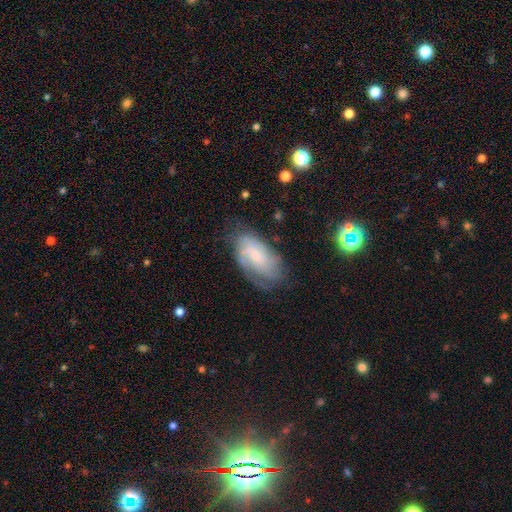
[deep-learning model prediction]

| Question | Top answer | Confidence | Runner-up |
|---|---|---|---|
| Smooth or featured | featured or disk | 67% | smooth (25%) |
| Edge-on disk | no | 95% | yes (5%) |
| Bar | no | 64% | weak (31%) |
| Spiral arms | yes | 89% | no (11%) |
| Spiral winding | tight | 57% | medium (33%) |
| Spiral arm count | can't tell | 47% | 2 (24%) |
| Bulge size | small | 64% | moderate (26%) |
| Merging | none | 66% | minor disturbance (23%) |